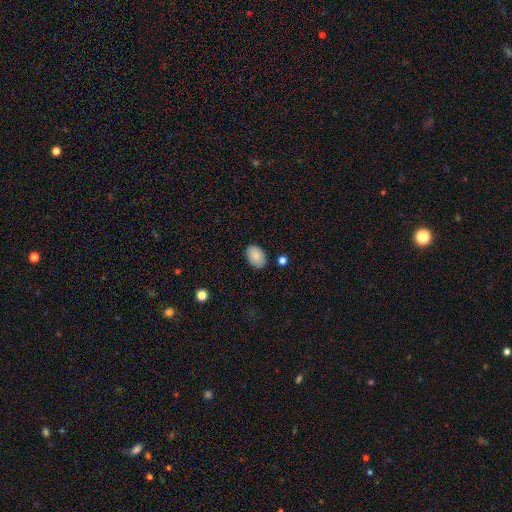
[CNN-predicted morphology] smooth_or_featured: smooth (p=0.88) [alt: star or artifact p=0.07]
how_rounded: in between (p=0.89) [alt: round p=0.10]
merging: none (p=0.85) [alt: minor disturbance p=0.10]